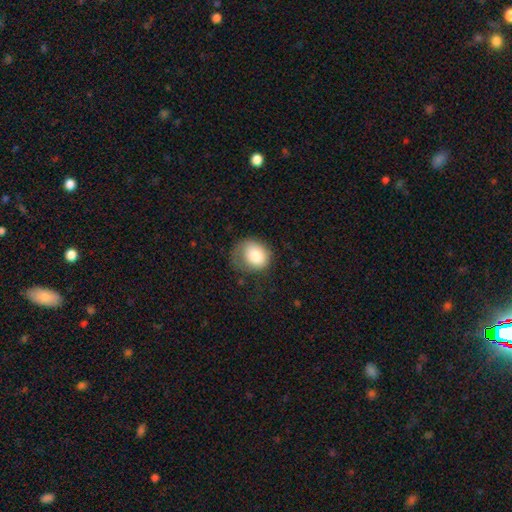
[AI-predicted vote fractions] smooth 80%, featured or disk 12%, star or artifact 8%. Down the decision tree: how rounded — round (63%); merging — none (42%).